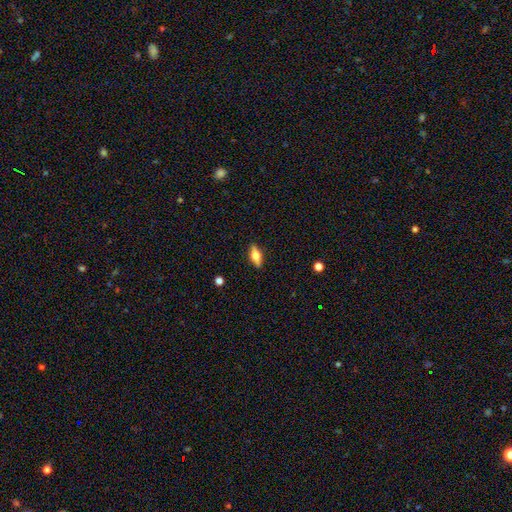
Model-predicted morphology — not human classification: A smooth galaxy with no disk features (49%). Merging: none (88%).